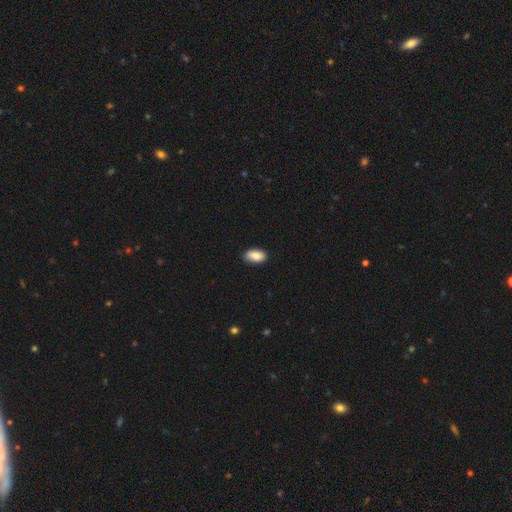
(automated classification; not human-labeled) Q: Smooth or featured?
A: smooth (87%); runner-up: star or artifact (7%)
Q: How rounded?
A: in between (93%); runner-up: round (4%)
Q: Merging?
A: none (87%); runner-up: minor disturbance (11%)